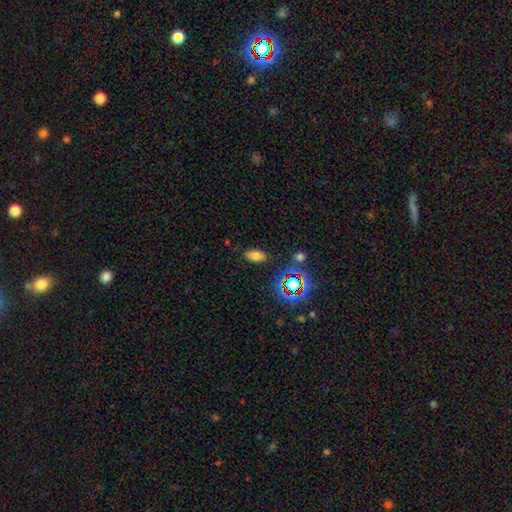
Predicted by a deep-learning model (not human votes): Overall: smooth (72%). How rounded: in between (90%). Merging: none (84%).